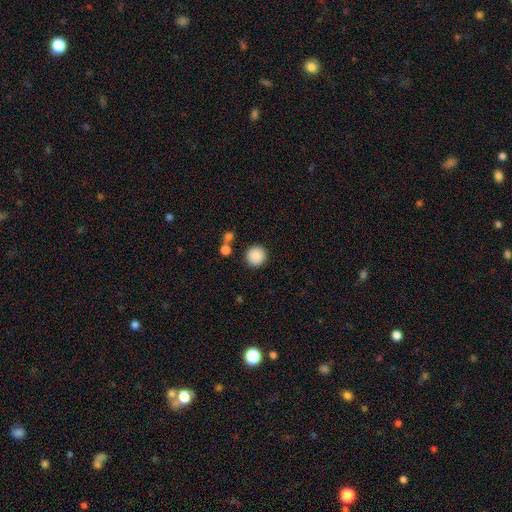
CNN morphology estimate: A smooth galaxy with no disk features (87%) that is round (95%). Merging: none (86%).